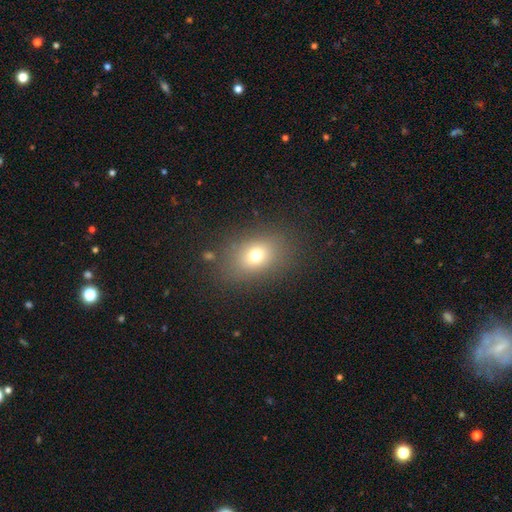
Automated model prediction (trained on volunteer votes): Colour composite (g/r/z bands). It shows a smooth galaxy with no disk features (72%) that is in between round and cigar-shaped (64%). Merging: none (83%).